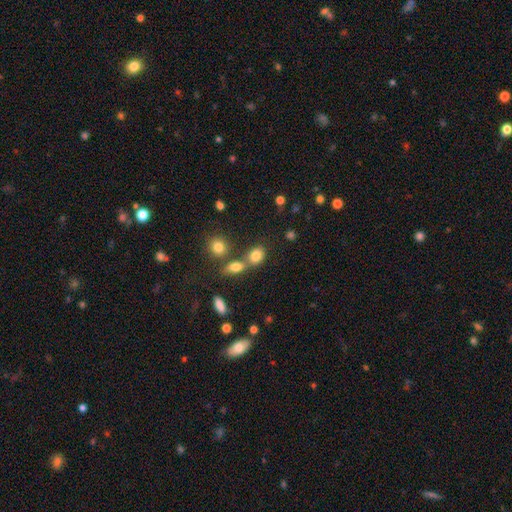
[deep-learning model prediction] Smooth or featured? smooth (81%)
How rounded? in between (62%)
Merging? none (50%)